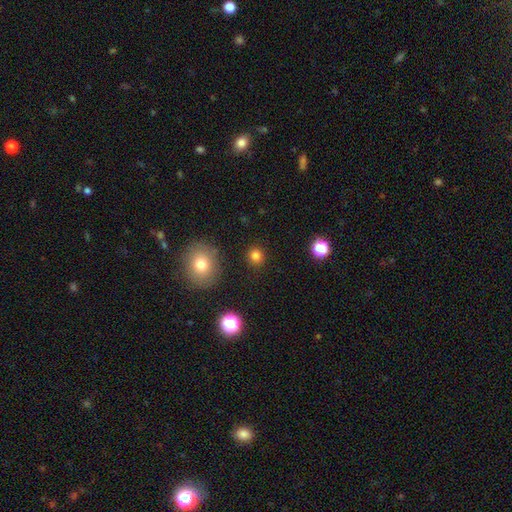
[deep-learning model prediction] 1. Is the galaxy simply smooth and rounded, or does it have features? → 81% smooth, 14% star or artifact, 5% featured or disk.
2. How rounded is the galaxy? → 89% round, 10% in between, 1% cigar-shaped.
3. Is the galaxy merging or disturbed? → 90% none, 6% minor disturbance, 2% major disturbance, 2% merger.